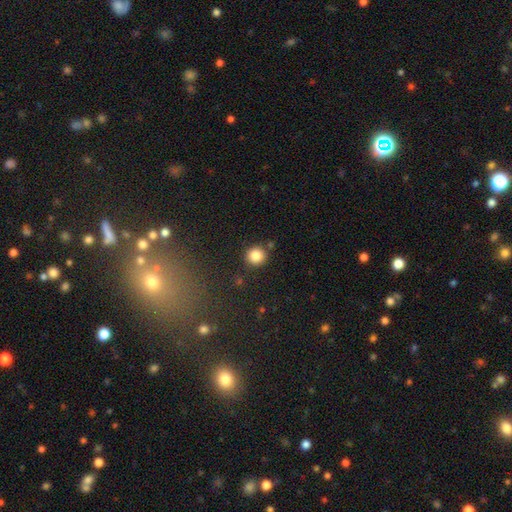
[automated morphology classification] Smooth or featured: smooth — 84% (star or artifact — 11%)
How rounded: round — 93% (in between — 6%)
Merging: none — 86% (minor disturbance — 7%)